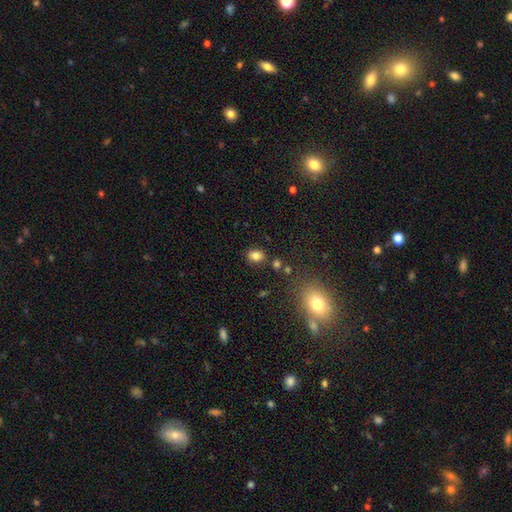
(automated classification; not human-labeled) Smooth or featured: smooth — 82% (star or artifact — 12%)
How rounded: in between — 62% (round — 37%)
Merging: none — 82% (minor disturbance — 10%)